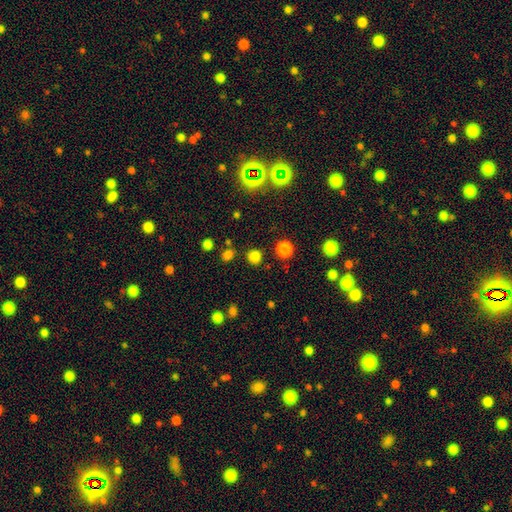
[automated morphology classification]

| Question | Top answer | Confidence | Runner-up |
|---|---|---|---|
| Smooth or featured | smooth | 77% | star or artifact (18%) |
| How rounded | round | 89% | in between (10%) |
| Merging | none | 86% | minor disturbance (7%) |